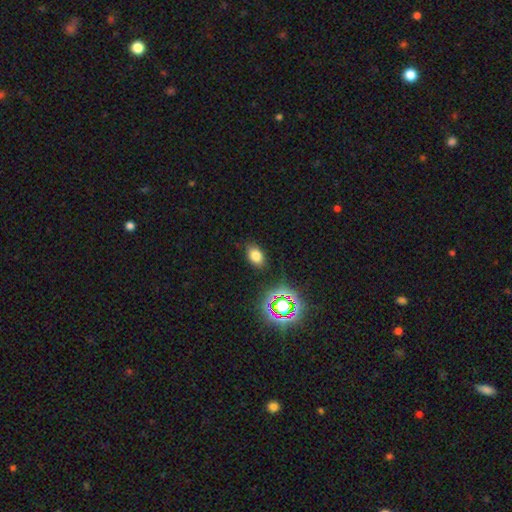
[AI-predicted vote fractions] This is likely a smooth galaxy (75%). How rounded: clearly in between (81%). Merging: clearly none (85%).